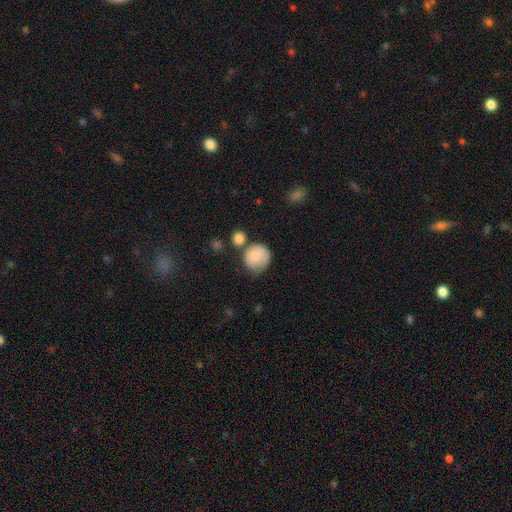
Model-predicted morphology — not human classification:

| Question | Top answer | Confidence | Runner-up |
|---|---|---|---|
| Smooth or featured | smooth | 83% | featured or disk (10%) |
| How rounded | round | 84% | in between (15%) |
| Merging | none | 55% | minor disturbance (23%) |